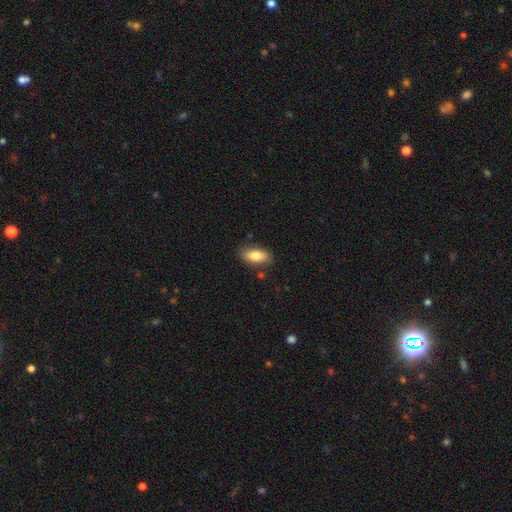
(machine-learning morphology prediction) Smooth or featured? Predicted: smooth (p=0.80). How rounded? Predicted: in between (p=0.89). Merging? Predicted: none (p=0.81).